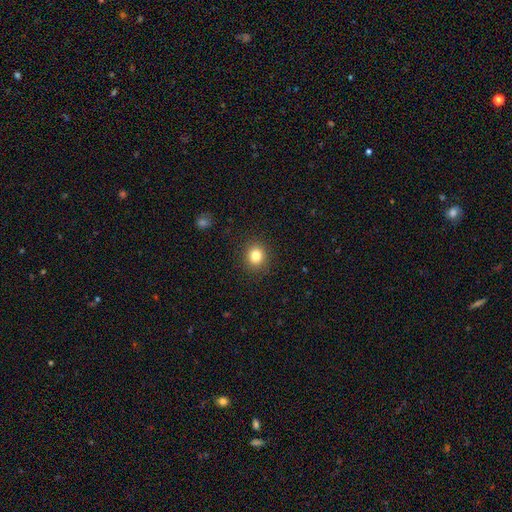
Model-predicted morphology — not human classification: This is clearly a smooth galaxy (82%). How rounded: clearly round (81%). Merging: clearly none (90%).